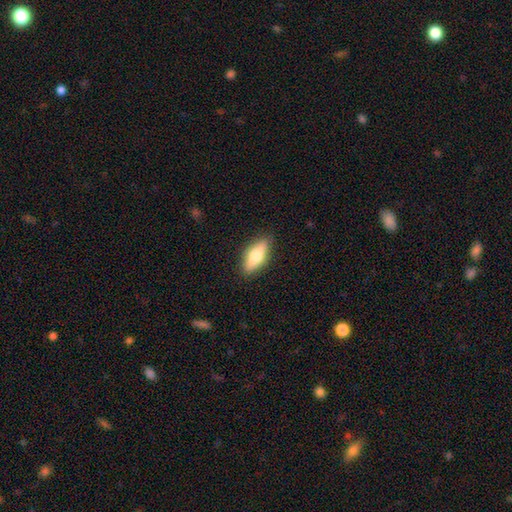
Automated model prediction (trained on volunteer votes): This is likely a smooth galaxy (63%). How rounded: likely in between (66%). Merging: clearly none (87%).